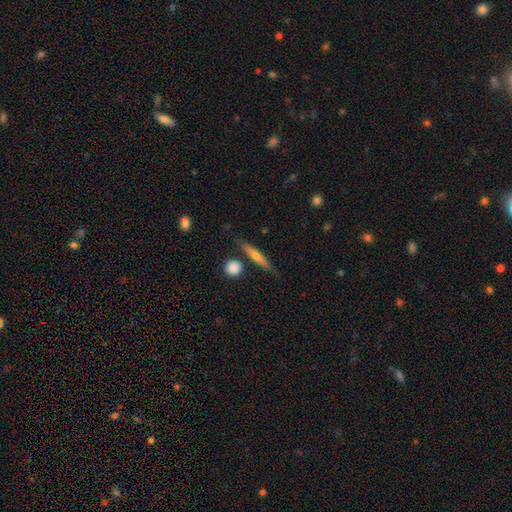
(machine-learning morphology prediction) This appears to be a featured or disk galaxy (49%). Merging: none (79%).